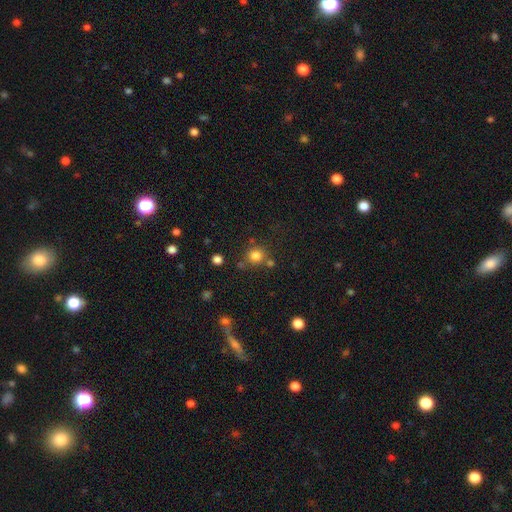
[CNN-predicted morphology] Smooth or featured: smooth — 80% (star or artifact — 14%)
How rounded: round — 89% (in between — 10%)
Merging: none — 72% (merger — 13%)